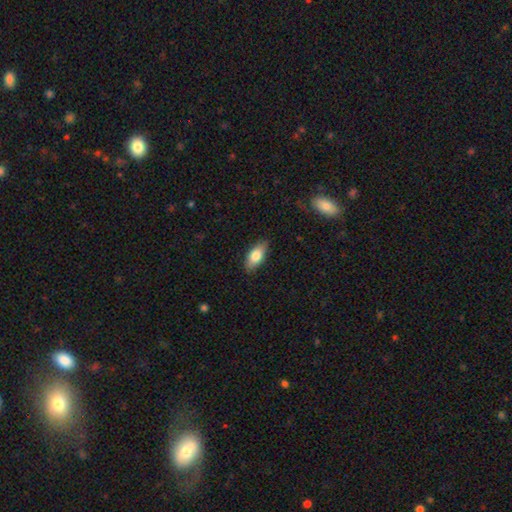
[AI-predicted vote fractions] Smooth or featured: smooth — 80% (featured or disk — 14%)
How rounded: in between — 86% (cigar-shaped — 11%)
Merging: none — 85% (minor disturbance — 12%)